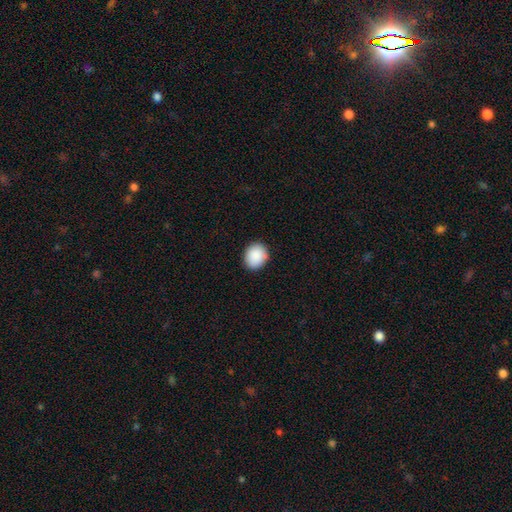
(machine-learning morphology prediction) This appears to be a smooth galaxy with no disk features (90%) that is round (63%). Merging: none (88%).